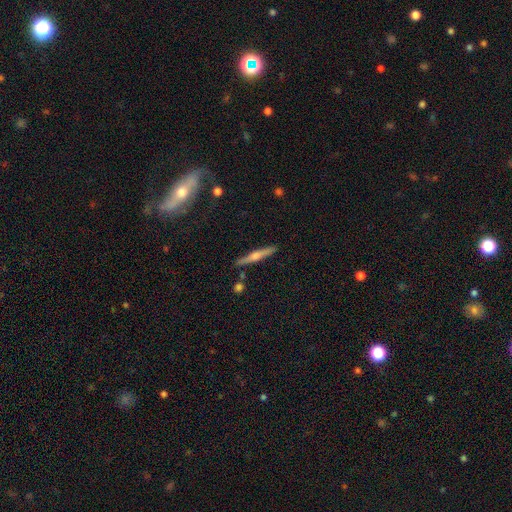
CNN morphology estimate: featured or disk 64%, smooth 30%, star or artifact 6%. Down the decision tree: edge-on disk — yes (97%); edge-on bulge — rounded (85%); merging — none (88%).